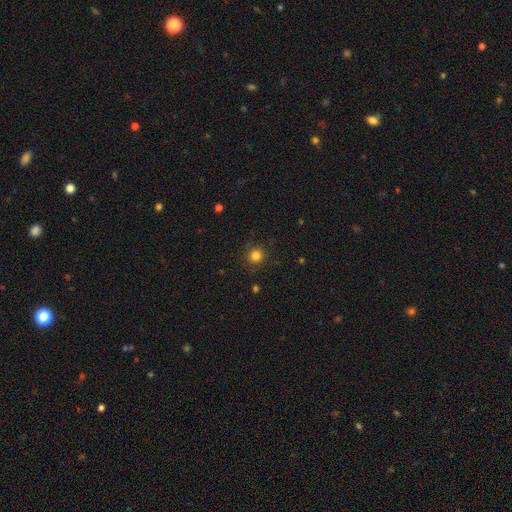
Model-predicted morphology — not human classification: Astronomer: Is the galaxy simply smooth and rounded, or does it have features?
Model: smooth — 82%.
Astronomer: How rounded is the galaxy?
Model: round — 93%.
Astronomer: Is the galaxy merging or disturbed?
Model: none — 88%.